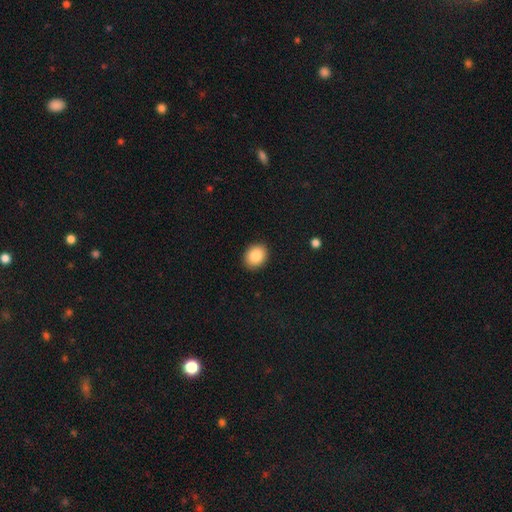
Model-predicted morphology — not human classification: type=smooth (85%); roundness=round (52%); merging=none (91%).